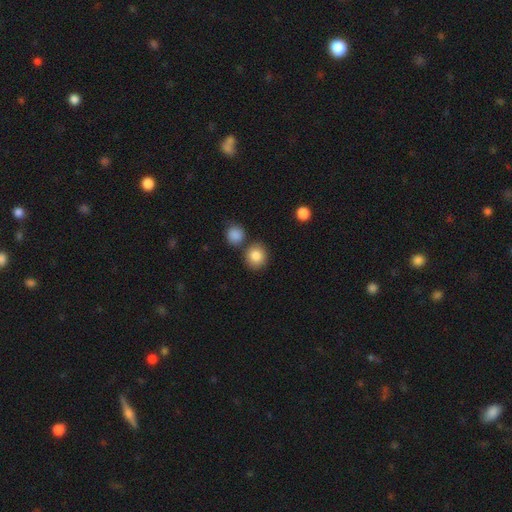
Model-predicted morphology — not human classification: smooth_or_featured: smooth (p=0.85) [alt: star or artifact p=0.09]
how_rounded: round (p=0.83) [alt: in between p=0.16]
merging: none (p=0.74) [alt: merger p=0.14]